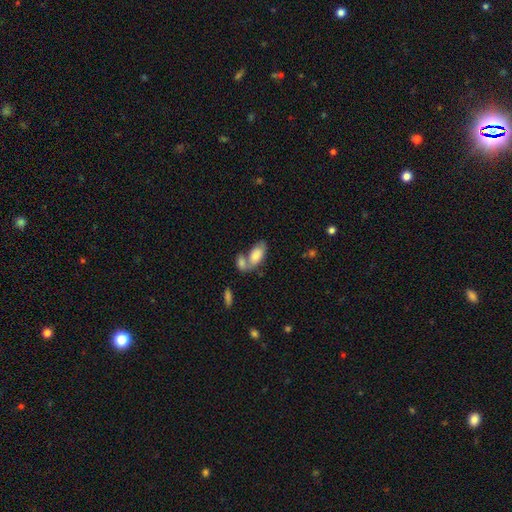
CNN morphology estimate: Smooth or featured?
  - smooth: 80% *
  - featured or disk: 14%
  - star or artifact: 6%
How rounded?
  - in between: 92% *
  - cigar-shaped: 5%
  - round: 3%
Merging?
  - merger: 52% *
  - none: 30%
  - minor disturbance: 11%
  - major disturbance: 6%